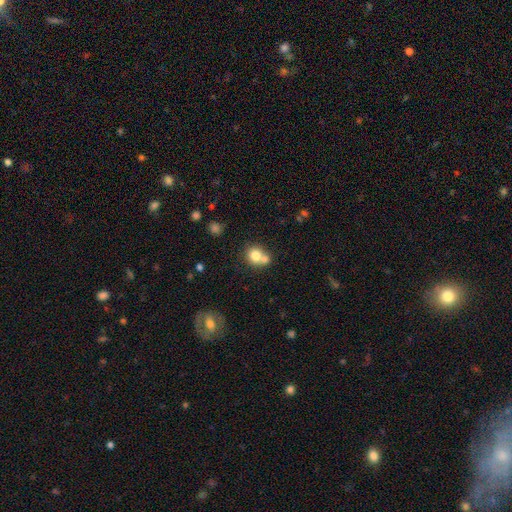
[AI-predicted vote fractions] Overall: smooth (77%). How rounded: round (78%). Merging: merger (50%; none 39%).